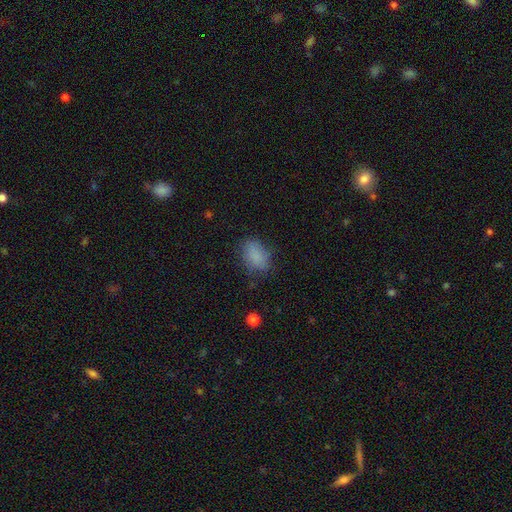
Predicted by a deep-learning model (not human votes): Smooth or featured?
  - smooth: 84% *
  - star or artifact: 9%
  - featured or disk: 7%
How rounded?
  - in between: 84% *
  - round: 14%
  - cigar-shaped: 2%
Merging?
  - none: 71% *
  - minor disturbance: 21%
  - major disturbance: 7%
  - merger: 1%